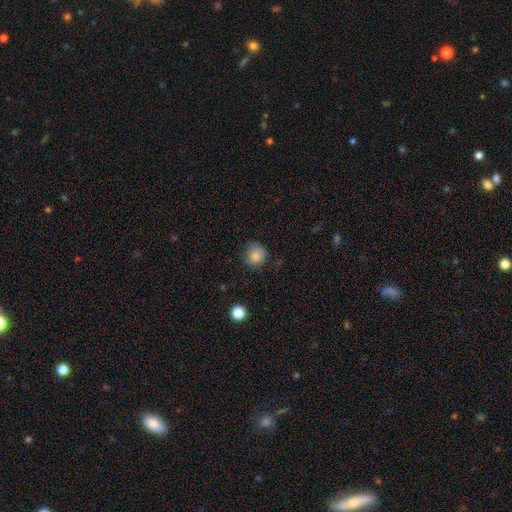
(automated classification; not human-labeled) This is clearly a smooth galaxy (82%). How rounded: clearly round (86%). Merging: likely none (73%).